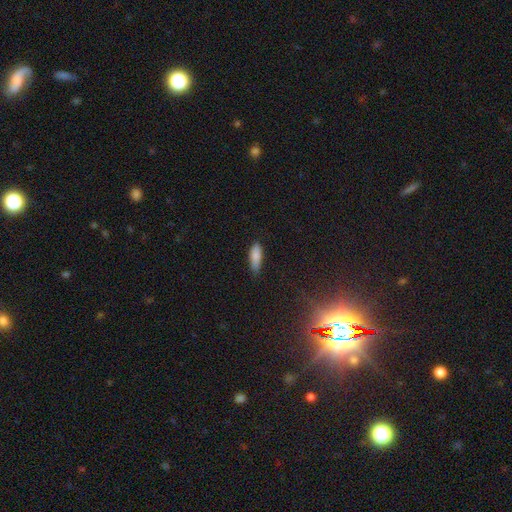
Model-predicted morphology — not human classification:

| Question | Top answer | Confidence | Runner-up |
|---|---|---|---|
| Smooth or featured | smooth | 85% | featured or disk (8%) |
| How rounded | in between | 63% | cigar-shaped (35%) |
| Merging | none | 70% | minor disturbance (24%) |